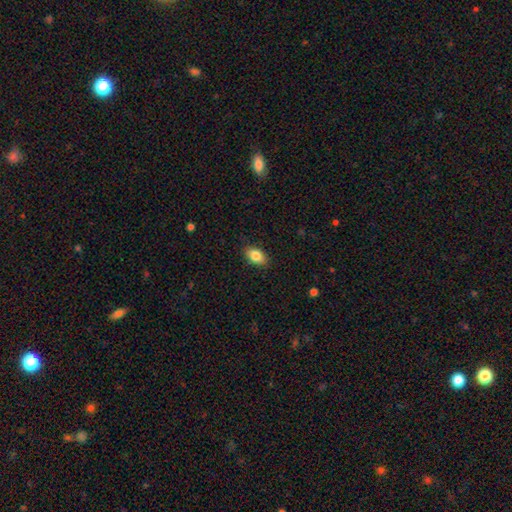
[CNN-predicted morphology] Smooth or featured? Predicted: smooth (p=0.84). How rounded? Predicted: in between (p=0.89). Merging? Predicted: none (p=0.88).